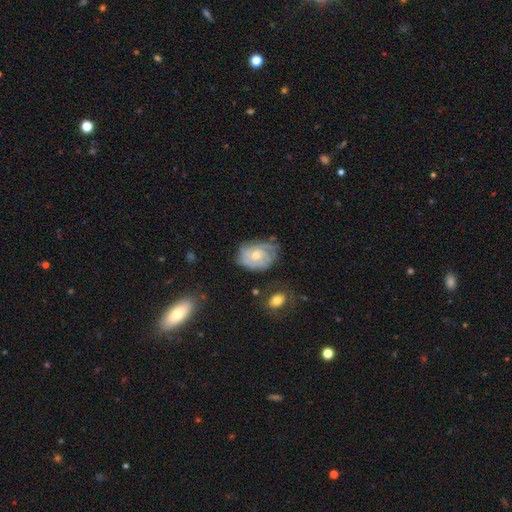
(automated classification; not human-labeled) Smooth or featured?
  - featured or disk: 69% *
  - smooth: 24%
  - star or artifact: 7%
Edge-on disk?
  - no: 97% *
  - yes: 3%
Bar?
  - no: 78% *
  - weak: 20%
  - strong: 2%
Spiral arms?
  - yes: 84% *
  - no: 16%
Spiral winding?
  - tight: 63% *
  - medium: 28%
  - loose: 9%
Spiral arm count?
  - can't tell: 47% *
  - 2: 22%
  - 3: 16%
  - 4: 6%
  - 1: 5%
  - more than 4: 4%
Bulge size?
  - moderate: 48% *
  - small: 46%
  - large: 3%
  - none: 3%
  - dominant: 1%
Merging?
  - none: 59% *
  - minor disturbance: 27%
  - major disturbance: 11%
  - merger: 3%